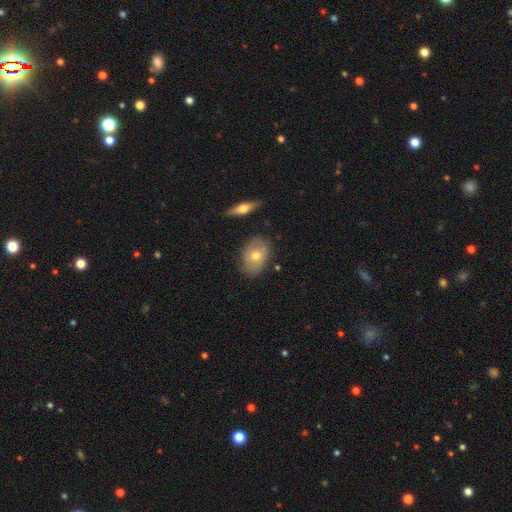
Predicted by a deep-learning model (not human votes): Overall: smooth (59%; featured or disk 34%). How rounded: in between (81%). Merging: none (75%).